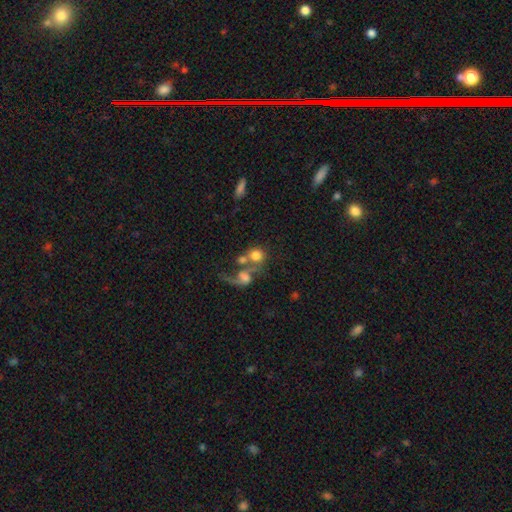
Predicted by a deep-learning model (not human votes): Morphology: type=smooth (65%); roundness=round (75%); merging=merger (51%).